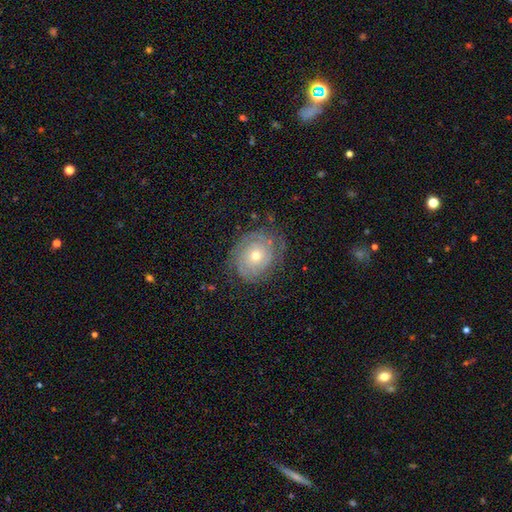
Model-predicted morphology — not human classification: The model was most divided on "spiral arm count": 2: 38%, can't tell: 35%, 3: 12%, 1: 5%, 4: 5%, more than 4: 4%. More confident: edge-on disk — no (97%); spiral arms — yes (90%); bar — no (84%); spiral winding — tight (78%); smooth or featured — featured or disk (78%); merging — none (75%); bulge size — moderate (54%).